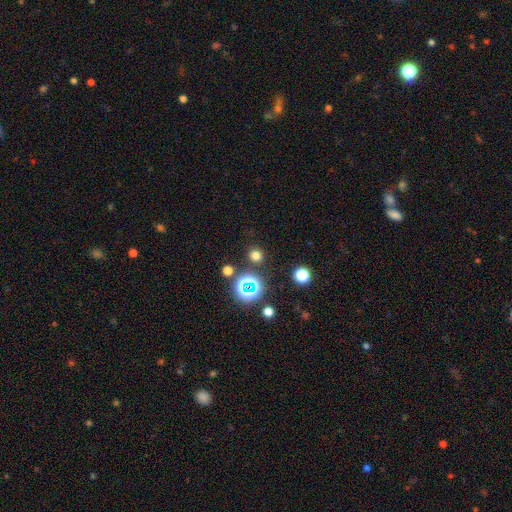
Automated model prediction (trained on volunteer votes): A smooth galaxy with no disk features (69%) that is round (91%). Merging: none (87%).